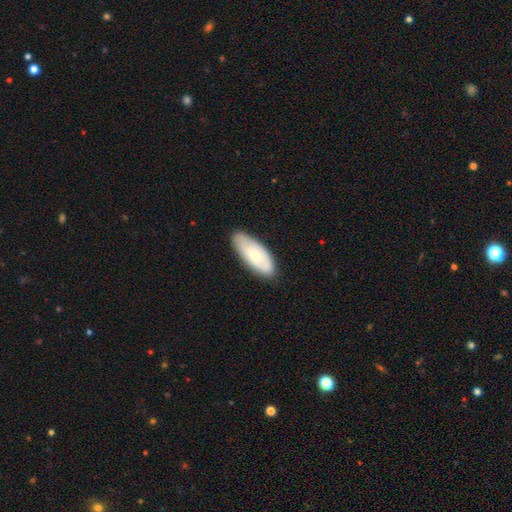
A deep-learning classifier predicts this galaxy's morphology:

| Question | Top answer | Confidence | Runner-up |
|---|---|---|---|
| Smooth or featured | smooth | 63% | featured or disk (32%) |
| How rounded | in between | 80% | cigar-shaped (18%) |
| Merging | none | 82% | minor disturbance (14%) |